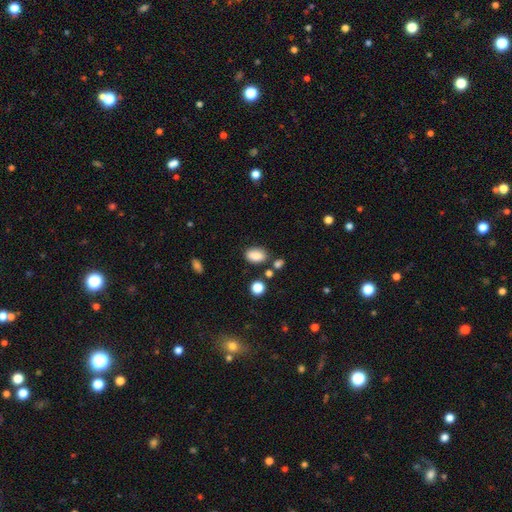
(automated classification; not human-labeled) smooth_or_featured: smooth (p=0.84) [alt: star or artifact p=0.09]
how_rounded: in between (p=0.86) [alt: round p=0.12]
merging: none (p=0.76) [alt: minor disturbance p=0.14]